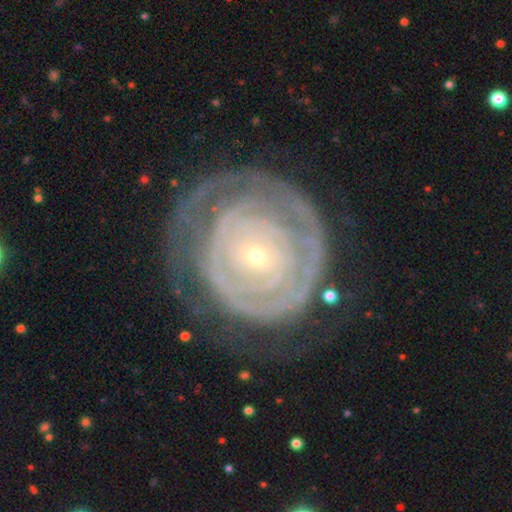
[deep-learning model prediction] Smooth or featured? featured or disk (82%)
Edge-on disk? no (97%)
Bar? no (78%)
Spiral arms? yes (79%)
Spiral winding? tight (85%)
Spiral arm count? can't tell (51%)
Bulge size? small (85%)
Merging? none (62%)